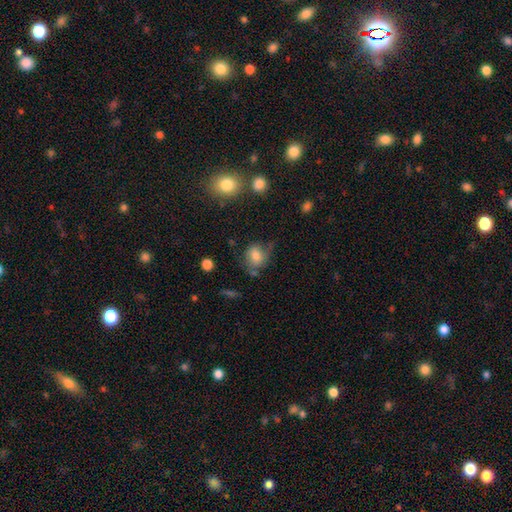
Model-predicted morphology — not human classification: A smooth galaxy with no disk features (76%) that is round (55%). Merging: none (56%).